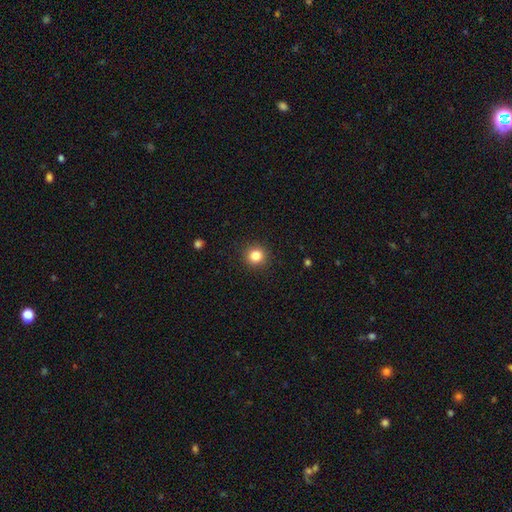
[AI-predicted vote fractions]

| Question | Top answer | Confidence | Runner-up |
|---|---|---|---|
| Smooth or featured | smooth | 83% | star or artifact (12%) |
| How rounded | round | 93% | in between (6%) |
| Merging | none | 91% | minor disturbance (5%) |